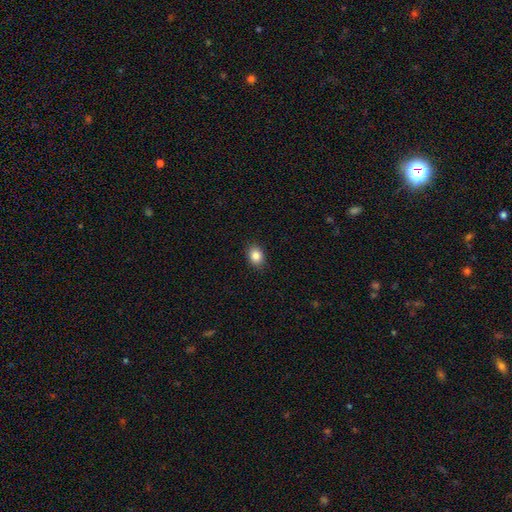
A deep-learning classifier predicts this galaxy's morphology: This is clearly a smooth galaxy (86%). How rounded: possibly in between (60%). Merging: clearly none (89%).